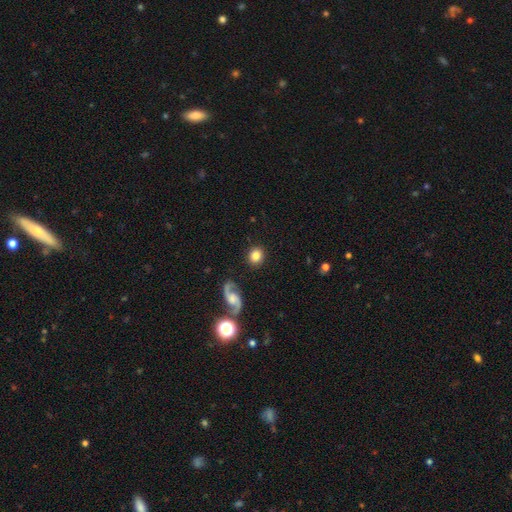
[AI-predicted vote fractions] Morphology: type=smooth (76%); roundness=round (84%); merging=none (88%).